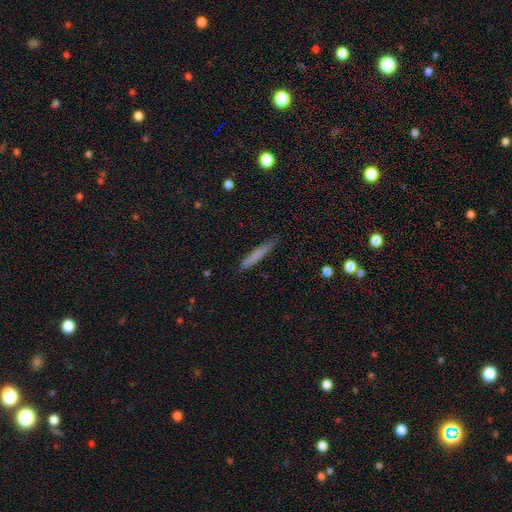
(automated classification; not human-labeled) This is likely a smooth galaxy (68%). How rounded: clearly cigar-shaped (96%). Merging: clearly none (88%).